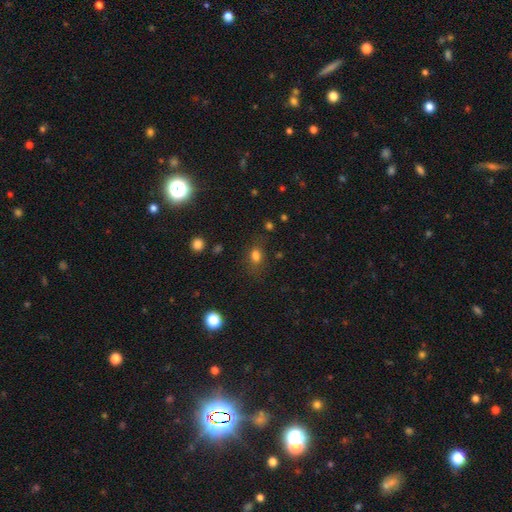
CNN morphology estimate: Overall: smooth (77%). How rounded: in between (71%). Merging: none (69%).